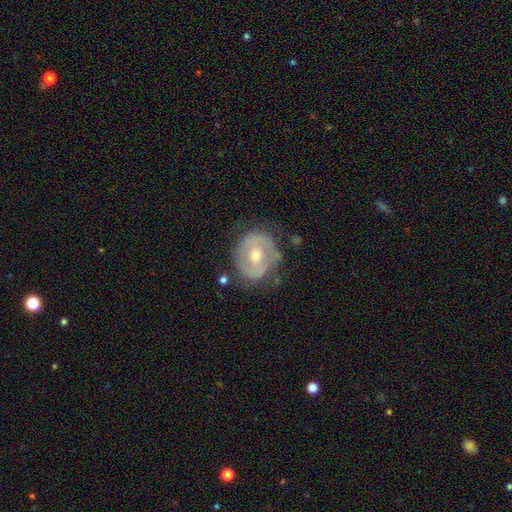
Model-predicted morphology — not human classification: Smooth or featured? featured or disk (64%)
Edge-on disk? no (96%)
Bar? no (56%)
Spiral arms? no (53%)
Bulge size? moderate (61%)
Merging? none (68%)